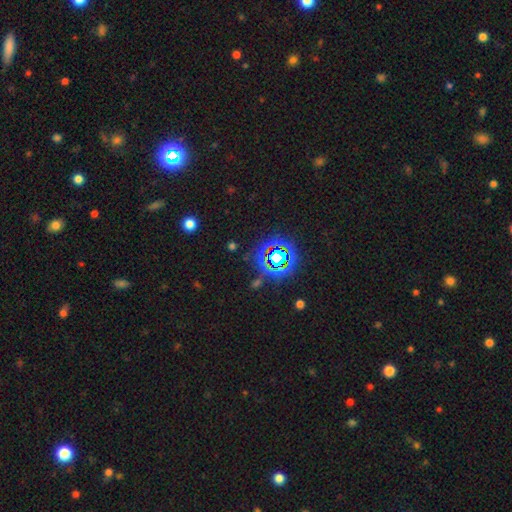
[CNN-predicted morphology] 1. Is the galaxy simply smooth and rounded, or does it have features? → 69% star or artifact, 23% smooth, 8% featured or disk.